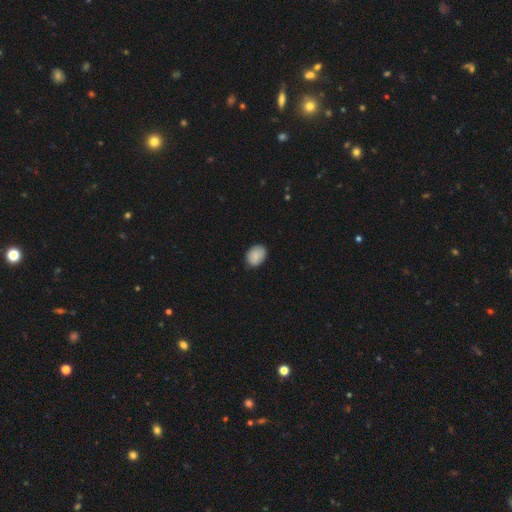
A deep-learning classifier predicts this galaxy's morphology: A smooth galaxy with no disk features (86%) that is in between round and cigar-shaped (68%). Merging: none (84%).